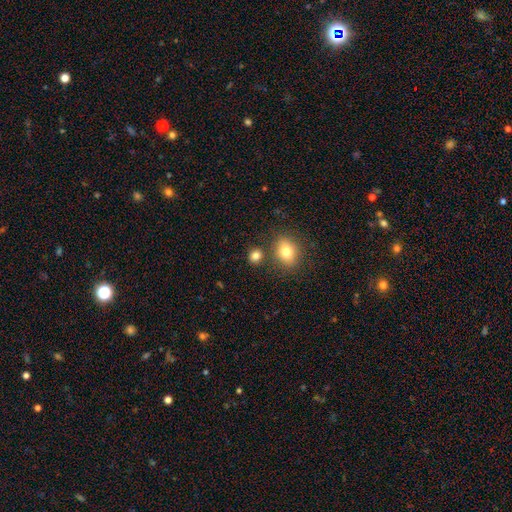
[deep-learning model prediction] smooth 81%, star or artifact 12%, featured or disk 7%. Down the decision tree: how rounded — round (72%); merging — none (76%).